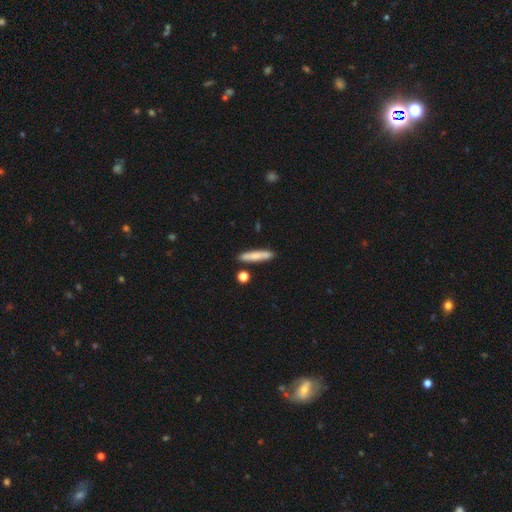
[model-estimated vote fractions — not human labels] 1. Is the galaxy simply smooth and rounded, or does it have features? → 73% smooth, 21% featured or disk, 7% star or artifact.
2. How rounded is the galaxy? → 88% cigar-shaped, 10% in between, 2% round.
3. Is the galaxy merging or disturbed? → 85% none, 9% minor disturbance, 4% merger, 2% major disturbance.